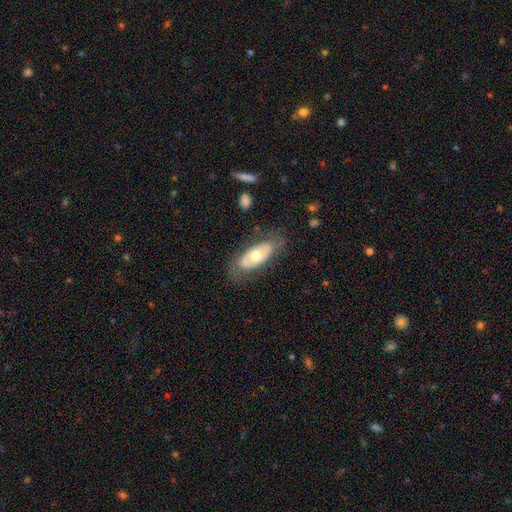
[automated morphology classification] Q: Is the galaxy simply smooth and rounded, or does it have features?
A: smooth — 47%, tied with featured or disk.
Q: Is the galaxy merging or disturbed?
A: none — 72%.